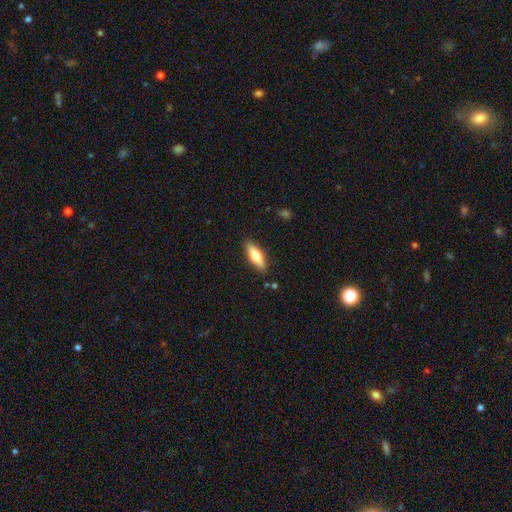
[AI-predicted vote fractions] smooth 69%, featured or disk 25%, star or artifact 6%. Down the decision tree: how rounded — in between (54%); merging — none (87%).